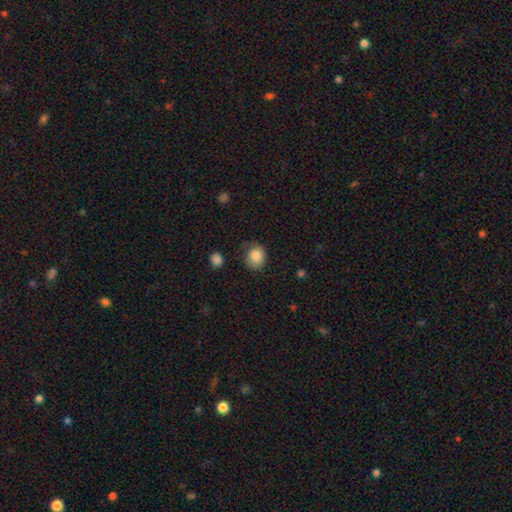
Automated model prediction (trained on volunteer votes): This appears to be a smooth galaxy with no disk features (84%) that is round (66%). Merging: none (64%).